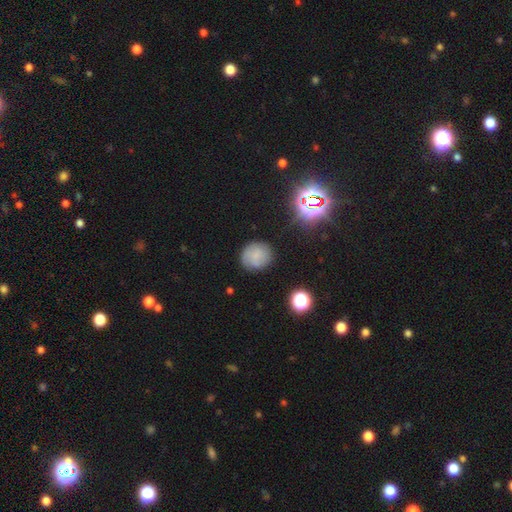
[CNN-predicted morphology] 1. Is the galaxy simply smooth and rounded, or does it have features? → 71% smooth, 17% featured or disk, 13% star or artifact.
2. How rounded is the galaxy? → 86% round, 13% in between, 1% cigar-shaped.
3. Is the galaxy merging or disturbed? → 80% none, 15% minor disturbance, 4% major disturbance, 2% merger.